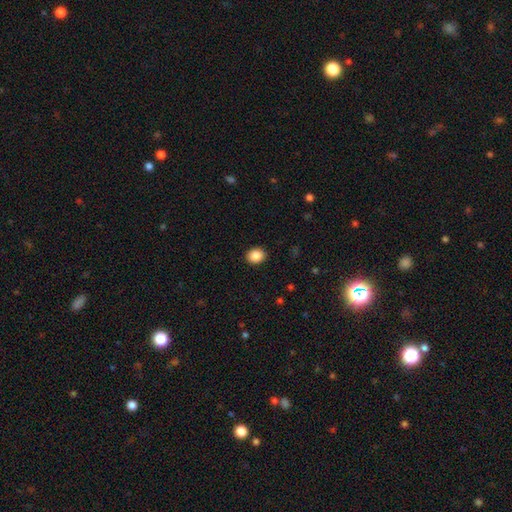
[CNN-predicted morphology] This appears to be a smooth galaxy with no disk features (88%) that is round (62%). Merging: none (91%).